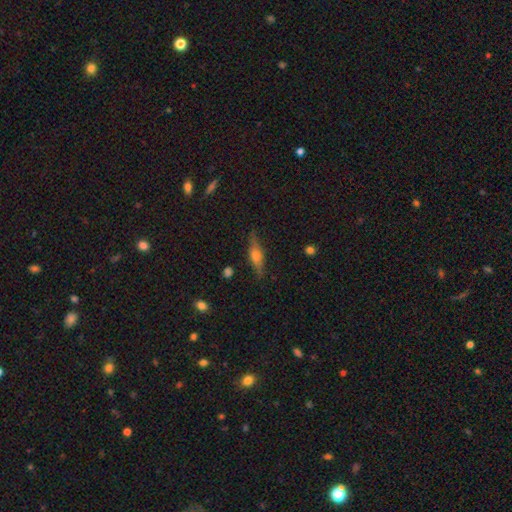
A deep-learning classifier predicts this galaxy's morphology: Smooth or featured? Predicted: featured or disk (p=0.64). Edge-on disk? Predicted: yes (p=0.95). Edge-on bulge? Predicted: rounded (p=0.87). Merging? Predicted: none (p=0.85).